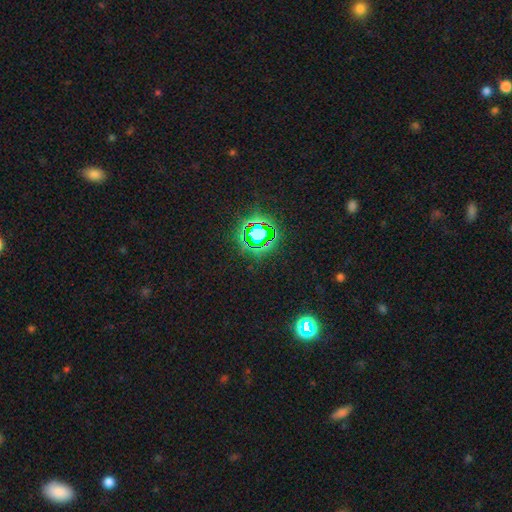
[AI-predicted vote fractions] A star or artifact, not a galaxy (76%).

Vote fractions:
- Smooth or featured? star or artifact: 76% / smooth: 18% / featured or disk: 6%